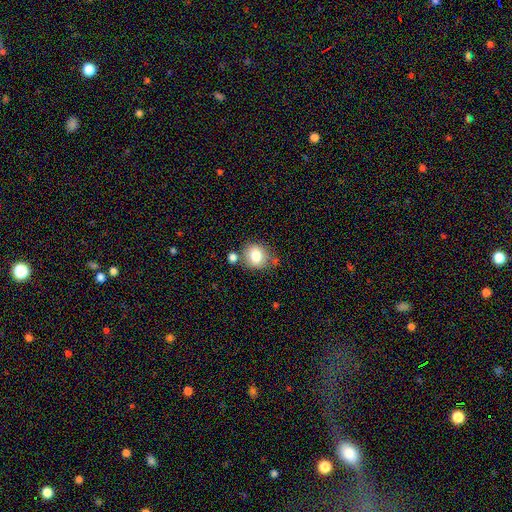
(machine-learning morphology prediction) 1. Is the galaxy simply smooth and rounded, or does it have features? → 79% smooth, 12% featured or disk, 10% star or artifact.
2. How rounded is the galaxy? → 72% round, 27% in between, 1% cigar-shaped.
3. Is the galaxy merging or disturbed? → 67% none, 16% minor disturbance, 13% merger, 4% major disturbance.